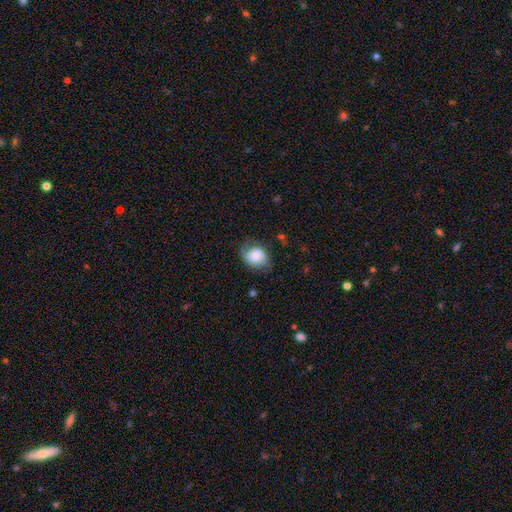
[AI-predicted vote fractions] Morphology: type=smooth (72%); roundness=round (52%); merging=none (60%).